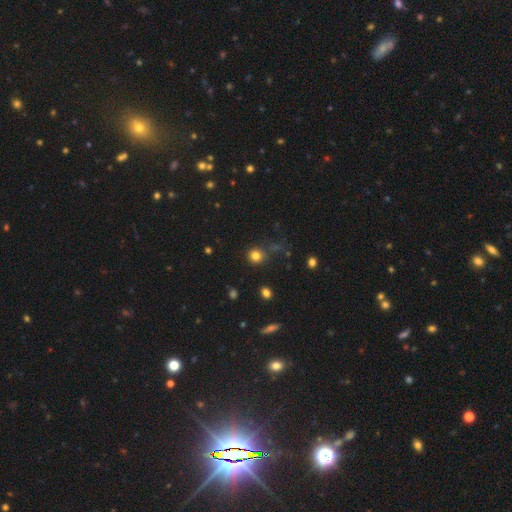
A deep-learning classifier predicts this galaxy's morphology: A smooth galaxy with no disk features (80%) that is round (87%). Merging: none (79%).